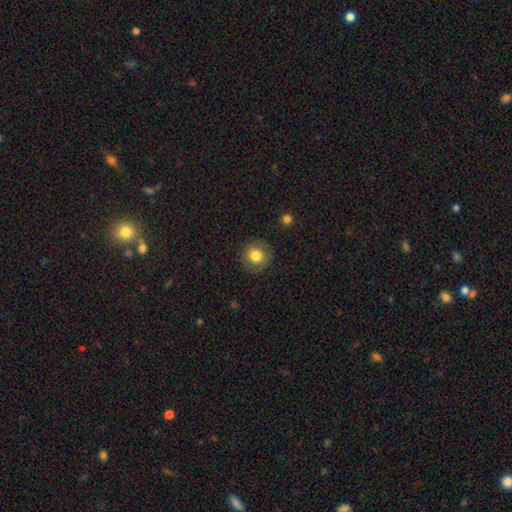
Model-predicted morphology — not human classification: type=smooth (81%); roundness=round (92%); merging=none (88%).